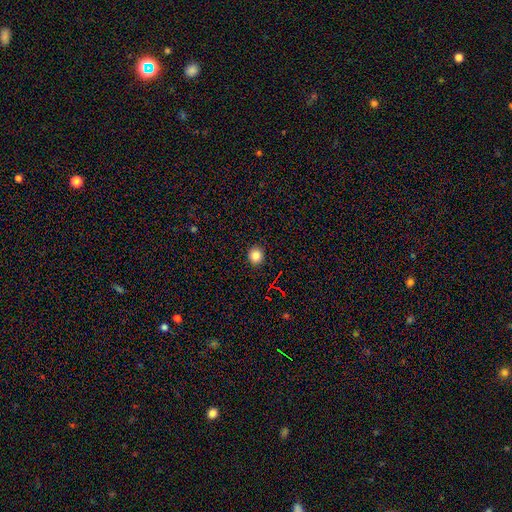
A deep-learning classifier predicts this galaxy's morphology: smooth 83%, star or artifact 12%, featured or disk 5%. Down the decision tree: how rounded — round (88%); merging — none (92%).